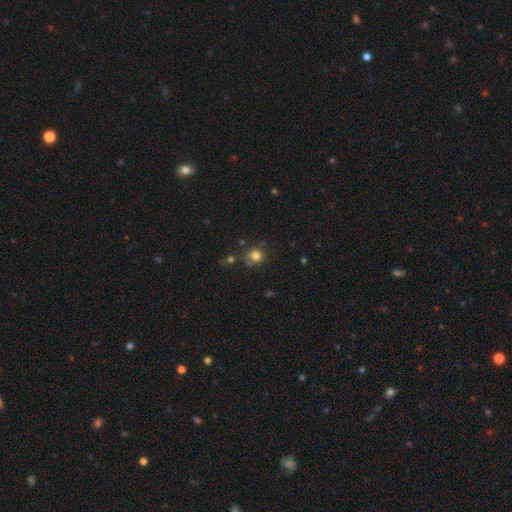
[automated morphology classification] smooth 78%, star or artifact 15%, featured or disk 7%. Down the decision tree: how rounded — round (86%); merging — none (71%).